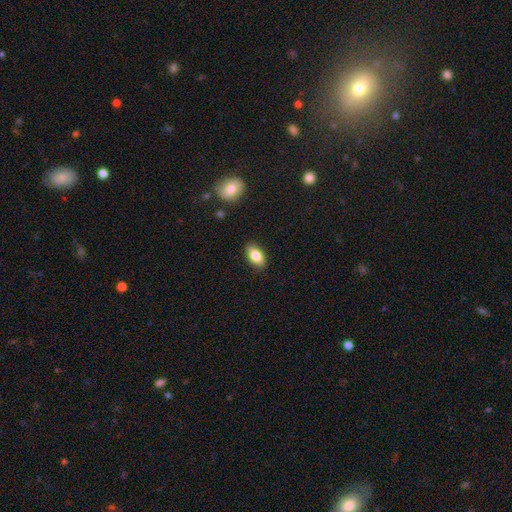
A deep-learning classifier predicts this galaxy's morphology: This is clearly a smooth galaxy (80%). How rounded: clearly in between (89%). Merging: clearly none (88%).